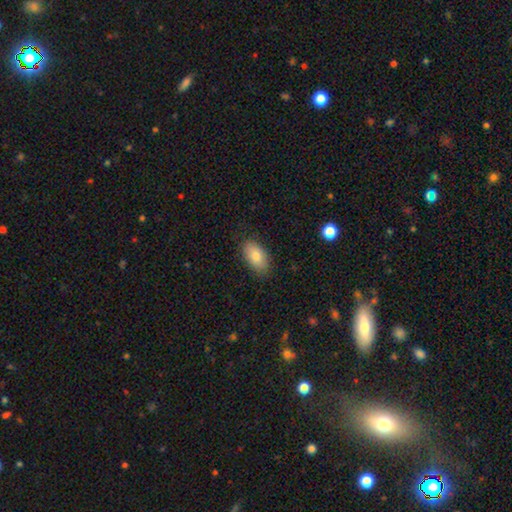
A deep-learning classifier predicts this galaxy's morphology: Smooth or featured?
  - smooth: 82% *
  - featured or disk: 11%
  - star or artifact: 7%
How rounded?
  - in between: 93% *
  - round: 4%
  - cigar-shaped: 3%
Merging?
  - none: 84% *
  - minor disturbance: 12%
  - major disturbance: 3%
  - merger: 1%